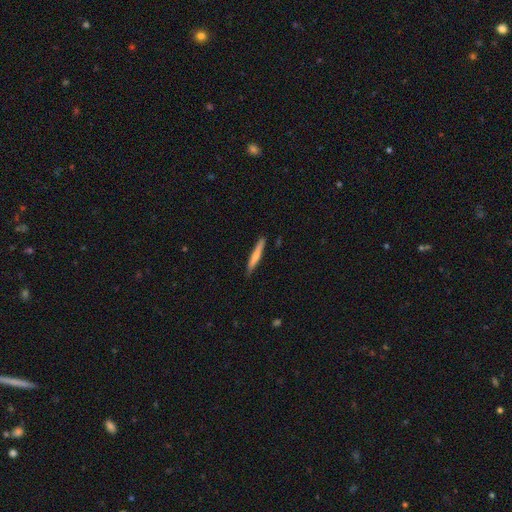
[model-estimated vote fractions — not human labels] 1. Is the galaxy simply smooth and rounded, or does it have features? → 64% smooth, 31% featured or disk, 5% star or artifact.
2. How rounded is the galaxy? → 95% cigar-shaped, 3% in between, 1% round.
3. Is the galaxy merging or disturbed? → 88% none, 10% minor disturbance, 2% major disturbance, 1% merger.